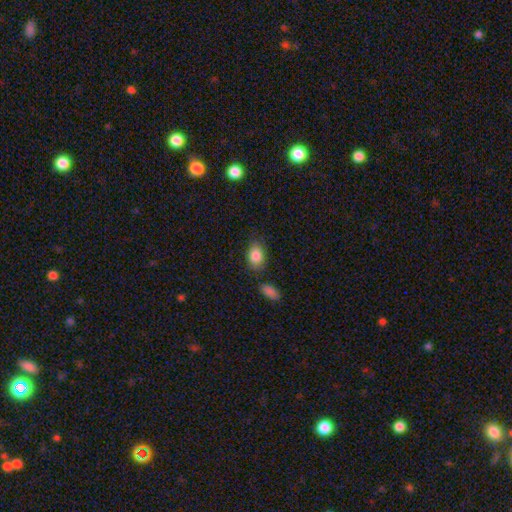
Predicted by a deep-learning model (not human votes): Smooth or featured? smooth (85%)
How rounded? in between (81%)
Merging? none (74%)